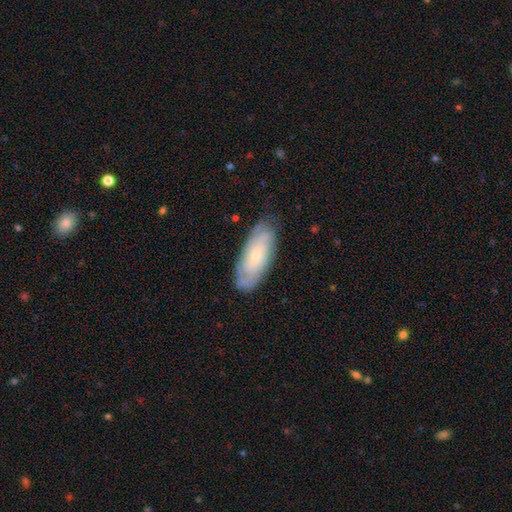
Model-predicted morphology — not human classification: smooth-or-featured: featured or disk: 67% | smooth: 27% | star or artifact: 7%
  disk-edge-on: no: 89% | yes: 11%
    bar: no: 73% | weak: 23% | strong: 5%
    has-spiral-arms: yes: 90% | no: 10%
      spiral-winding: tight: 67% | medium: 26% | loose: 7%
      spiral-arm-count: can't tell: 50% | 2: 22% | 3: 12% | 4: 8% | more than 4: 4% | 1: 4%
    bulge-size: small: 72% | moderate: 21% | none: 4% | large: 2% | dominant: 1%
  merging: none: 78% | minor disturbance: 17% | major disturbance: 4% | merger: 1%